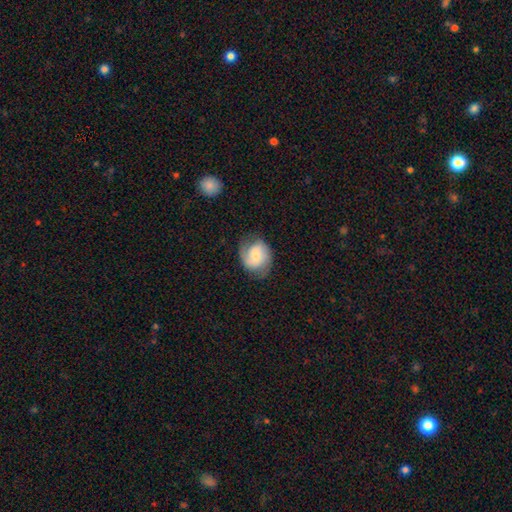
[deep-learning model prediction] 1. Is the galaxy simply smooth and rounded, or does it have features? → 58% featured or disk, 35% smooth, 7% star or artifact.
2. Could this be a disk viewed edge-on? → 97% no, 3% yes.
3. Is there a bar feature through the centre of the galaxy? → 59% no, 33% weak, 7% strong.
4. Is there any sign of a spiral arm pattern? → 91% yes, 9% no.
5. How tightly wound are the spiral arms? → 46% medium, 33% tight, 21% loose.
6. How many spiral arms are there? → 76% 2, 11% can't tell, 5% 1, 5% 3, 1% 4, 1% more than 4.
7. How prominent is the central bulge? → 53% small, 35% moderate, 6% none, 5% large, 2% dominant.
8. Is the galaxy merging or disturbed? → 69% none, 21% minor disturbance, 8% major disturbance, 1% merger.